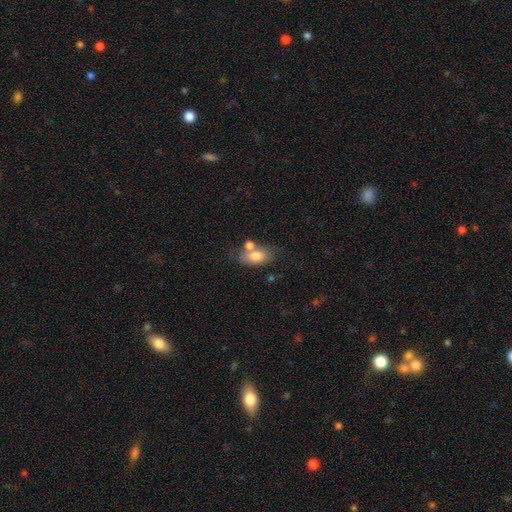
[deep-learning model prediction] Morphology: type=smooth (75%); roundness=in between (86%); merging=none (45%).